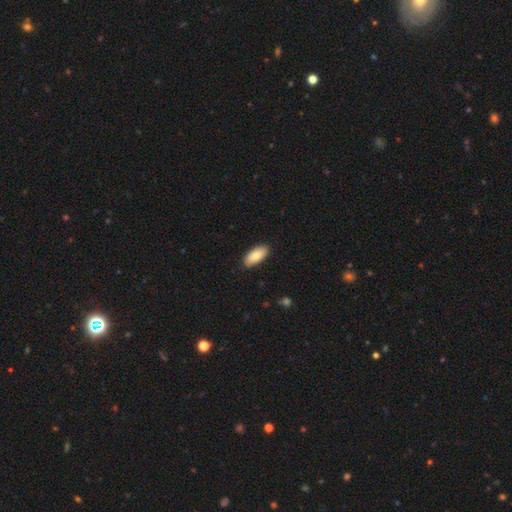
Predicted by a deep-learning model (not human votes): Smooth or featured?
  - smooth: 82% *
  - featured or disk: 12%
  - star or artifact: 6%
How rounded?
  - in between: 91% *
  - cigar-shaped: 7%
  - round: 2%
Merging?
  - none: 88% *
  - minor disturbance: 10%
  - major disturbance: 2%
  - merger: 1%